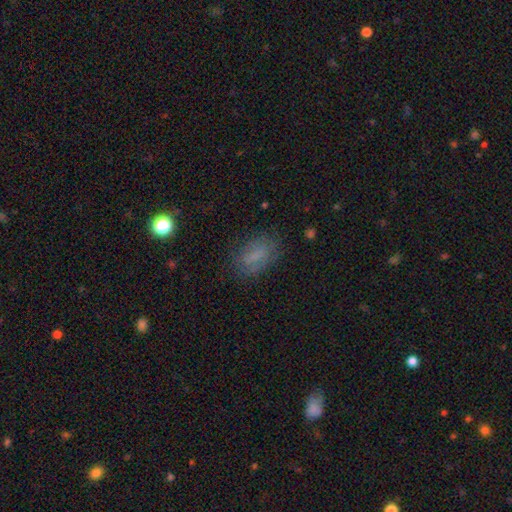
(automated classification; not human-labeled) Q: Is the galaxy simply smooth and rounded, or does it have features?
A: smooth — 67%.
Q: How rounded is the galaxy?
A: in between — 85%.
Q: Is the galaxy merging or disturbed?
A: none — 75%.